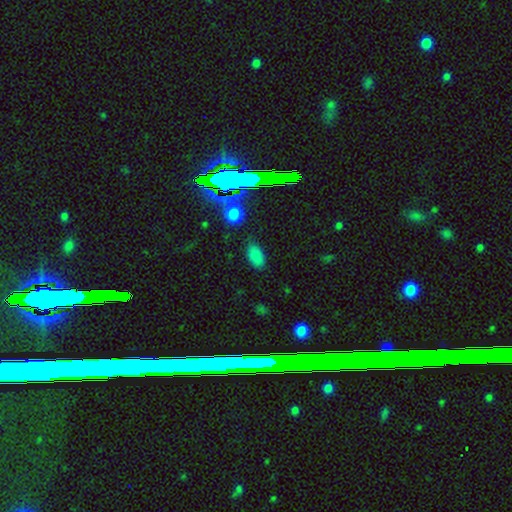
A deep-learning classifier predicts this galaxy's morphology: The model was most divided on "smooth or featured": smooth: 77%, star or artifact: 17%, featured or disk: 5%. More confident: how rounded — in between (91%); merging — none (79%).